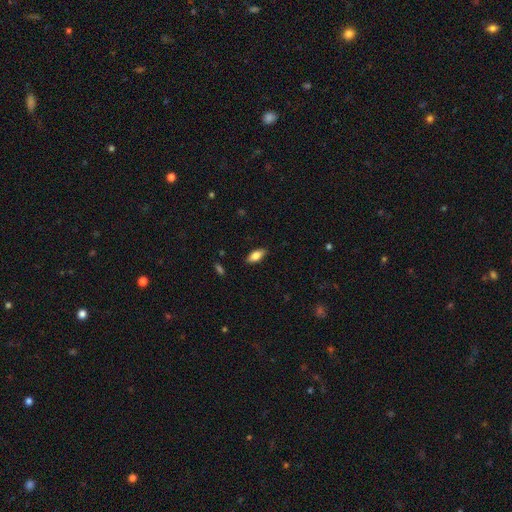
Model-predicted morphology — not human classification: Smooth or featured?
  - smooth: 76% *
  - featured or disk: 17%
  - star or artifact: 7%
How rounded?
  - in between: 83% *
  - cigar-shaped: 14%
  - round: 3%
Merging?
  - none: 86% *
  - minor disturbance: 11%
  - major disturbance: 2%
  - merger: 1%